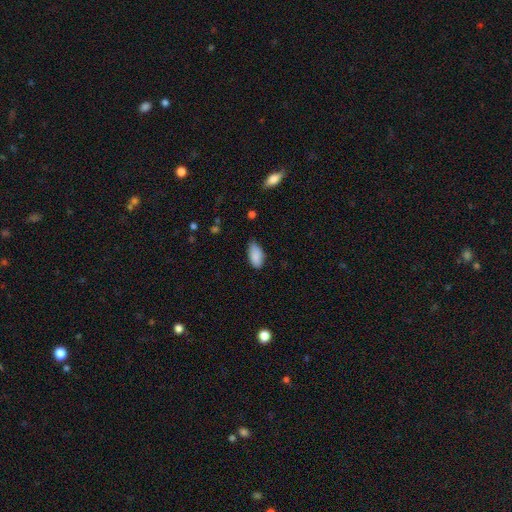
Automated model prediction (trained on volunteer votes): Morphology: type=smooth (88%); roundness=in between (94%); merging=none (71%).